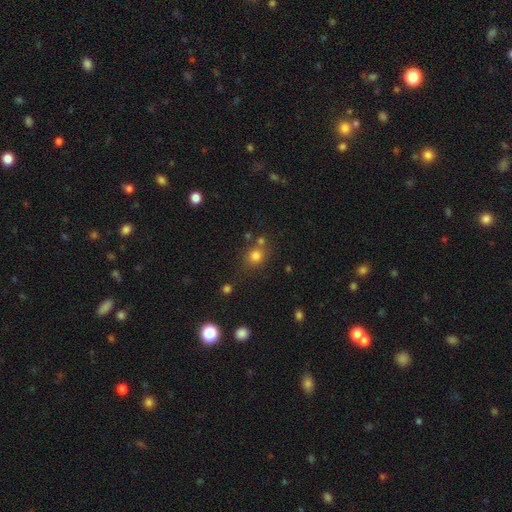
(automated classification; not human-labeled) smooth_or_featured: smooth (p=0.79) [alt: star or artifact p=0.14]
how_rounded: round (p=0.80) [alt: in between p=0.19]
merging: none (p=0.68) [alt: merger p=0.15]